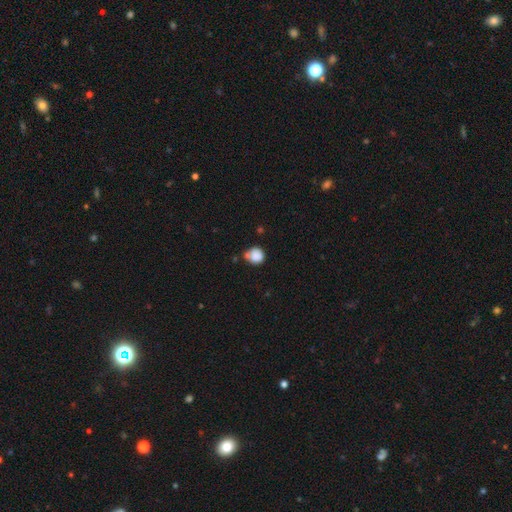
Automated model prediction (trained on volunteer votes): smooth_or_featured: smooth (p=0.83) [alt: star or artifact p=0.10]
how_rounded: round (p=0.84) [alt: in between p=0.15]
merging: none (p=0.53) [alt: minor disturbance p=0.26]